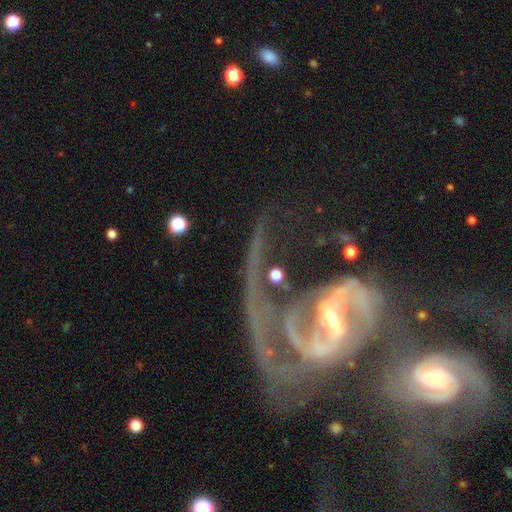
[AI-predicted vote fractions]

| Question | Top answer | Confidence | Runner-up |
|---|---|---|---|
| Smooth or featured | featured or disk | 89% | star or artifact (6%) |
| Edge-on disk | no | 96% | yes (4%) |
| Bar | strong | 48% | weak (36%) |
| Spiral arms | yes | 94% | no (6%) |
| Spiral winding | medium | 42% | loose (37%) |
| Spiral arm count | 2 | 72% | 1 (10%) |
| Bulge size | small | 61% | moderate (31%) |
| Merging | merger | 36% | major disturbance (30%) |